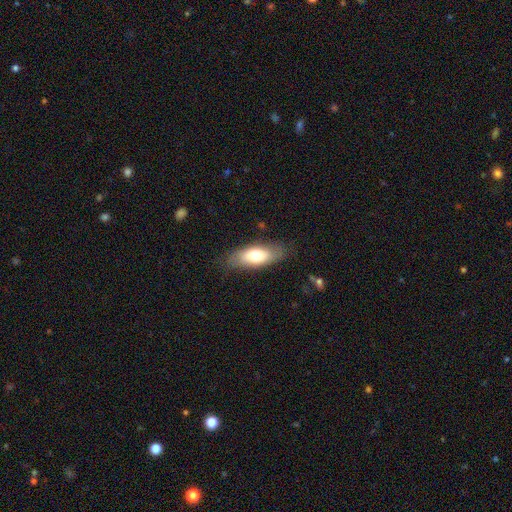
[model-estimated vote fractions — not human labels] A smooth galaxy with no disk features (68%) that is in between round and cigar-shaped (78%).

Vote fractions:
- Smooth or featured? smooth: 68% / featured or disk: 26% / star or artifact: 6%
- How rounded? in between: 78% / cigar-shaped: 19% / round: 3%
- Merging? none: 79% / minor disturbance: 16% / major disturbance: 4% / merger: 1%